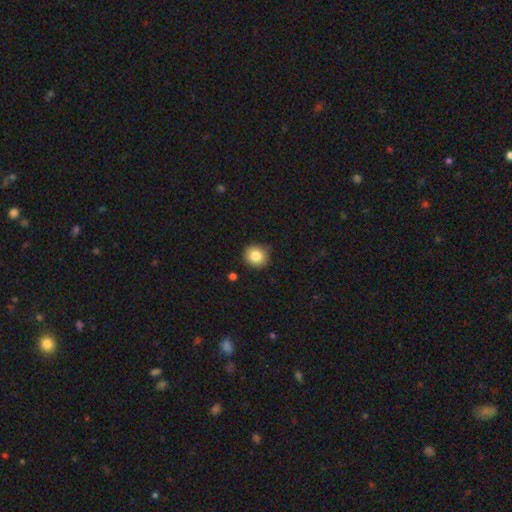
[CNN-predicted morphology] This is clearly a smooth galaxy (83%). How rounded: clearly round (89%). Merging: clearly none (85%).